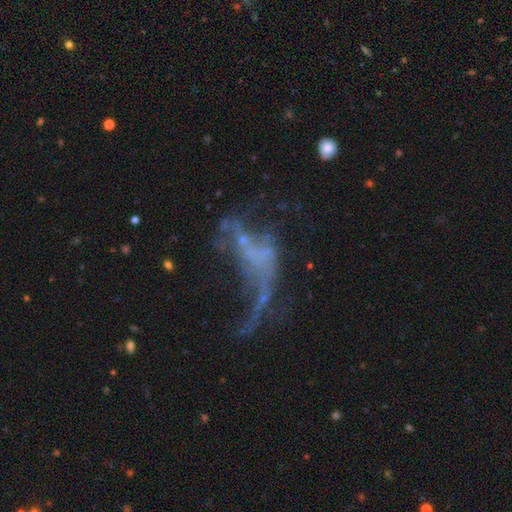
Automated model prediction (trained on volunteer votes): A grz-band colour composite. It shows a featured or disk galaxy (66%) with no bar (79%), no spiral arms (69%) and no central bulge (79%). Merging: major disturbance (49%).